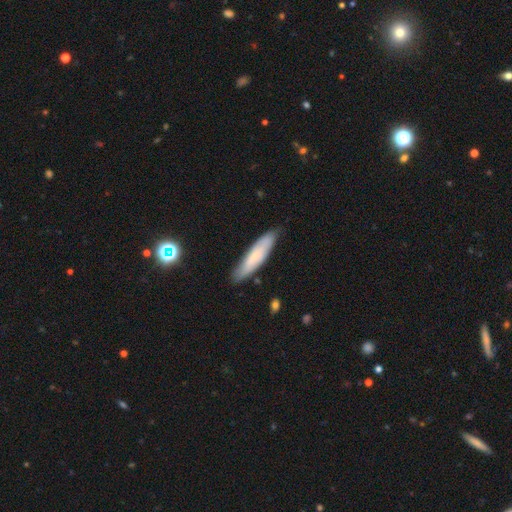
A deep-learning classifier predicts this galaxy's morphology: type=smooth (68%); roundness=cigar-shaped (76%); merging=none (81%).